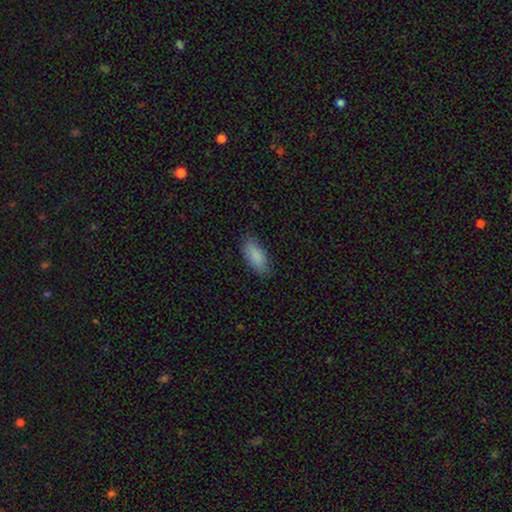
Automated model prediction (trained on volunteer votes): This is clearly a smooth galaxy (88%). How rounded: clearly in between (84%). Merging: clearly none (84%).